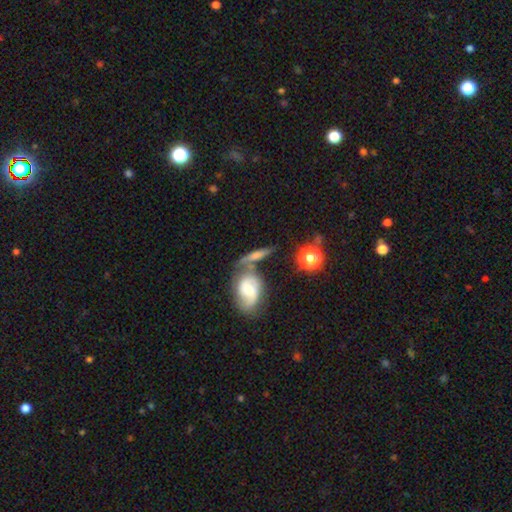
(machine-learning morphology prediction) Smooth or featured?
  - smooth: 45% *
  - featured or disk: 44%
  - star or artifact: 11%
Merging?
  - none: 50% *
  - merger: 29%
  - minor disturbance: 14%
  - major disturbance: 7%